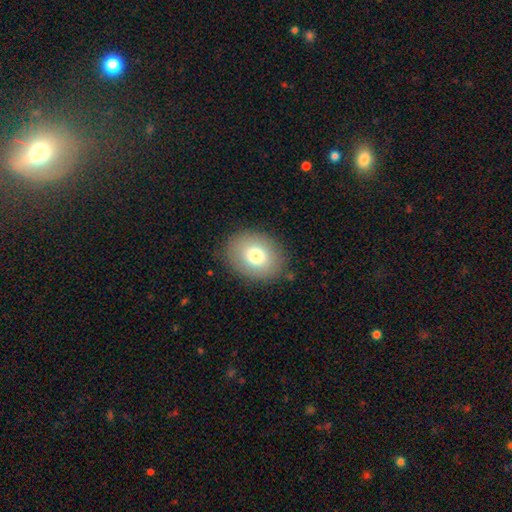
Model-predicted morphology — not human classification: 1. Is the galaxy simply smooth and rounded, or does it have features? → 77% smooth, 14% featured or disk, 9% star or artifact.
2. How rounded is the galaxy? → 52% in between, 47% round, 1% cigar-shaped.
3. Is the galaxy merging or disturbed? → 86% none, 10% minor disturbance, 3% major disturbance, 1% merger.